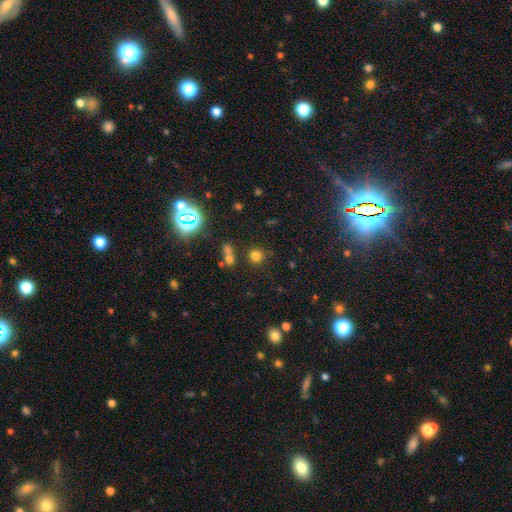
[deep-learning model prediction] Morphology: type=smooth (72%); roundness=round (87%); merging=none (74%).